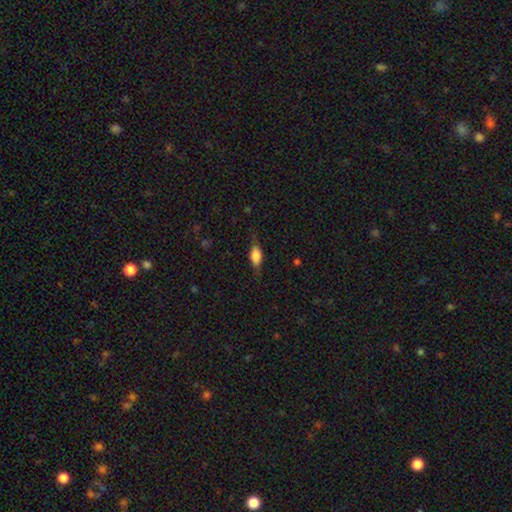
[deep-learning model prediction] Overall: smooth (69%). How rounded: in between (77%). Merging: none (72%).